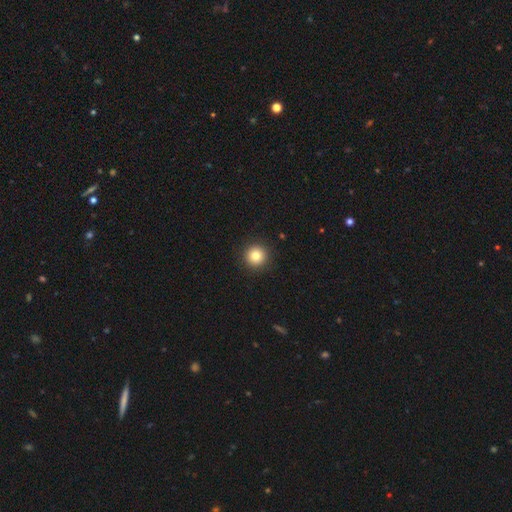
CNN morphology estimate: Smooth or featured: smooth — 82% (star or artifact — 11%)
How rounded: round — 95% (in between — 4%)
Merging: none — 92% (minor disturbance — 5%)